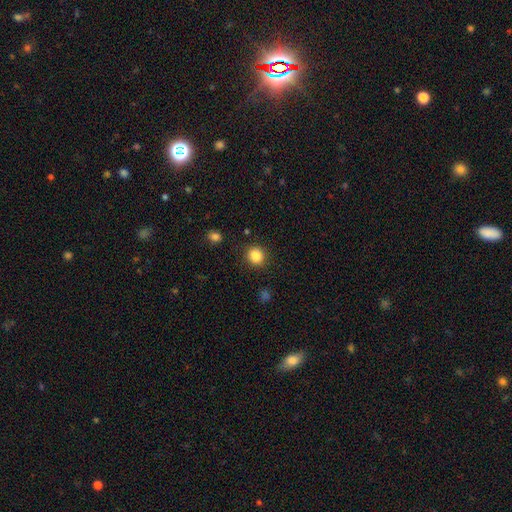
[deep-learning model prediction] smooth_or_featured: smooth (p=0.85) [alt: star or artifact p=0.10]
how_rounded: round (p=0.88) [alt: in between p=0.11]
merging: none (p=0.89) [alt: minor disturbance p=0.07]